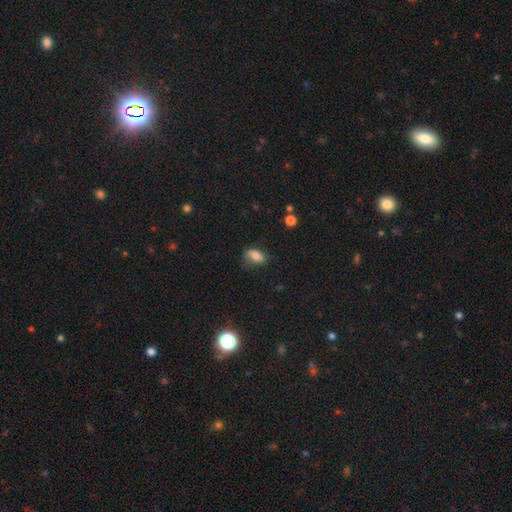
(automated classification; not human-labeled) The model was most divided on "merging": none: 54%, minor disturbance: 31%, major disturbance: 12%, merger: 2%. More confident: how rounded — in between (84%); smooth or featured — smooth (75%).